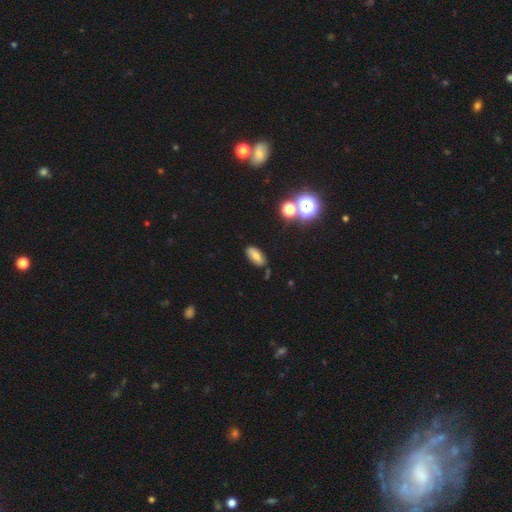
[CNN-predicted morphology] smooth 70%, featured or disk 16%, star or artifact 14%. Down the decision tree: how rounded — in between (87%); merging — none (78%).